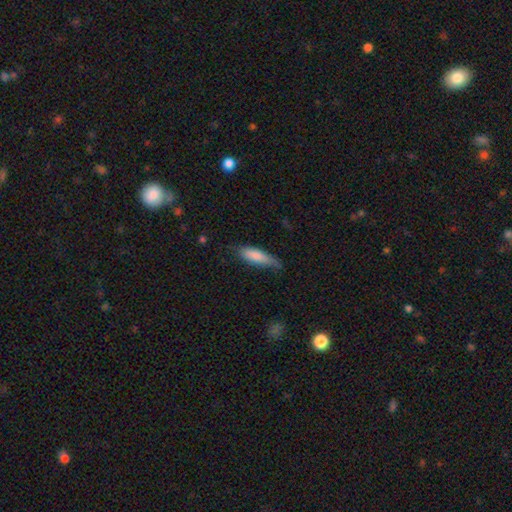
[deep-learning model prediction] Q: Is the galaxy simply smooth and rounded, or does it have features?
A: smooth — 81%.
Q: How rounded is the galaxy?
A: cigar-shaped — 56%.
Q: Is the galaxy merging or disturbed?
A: none — 60%.